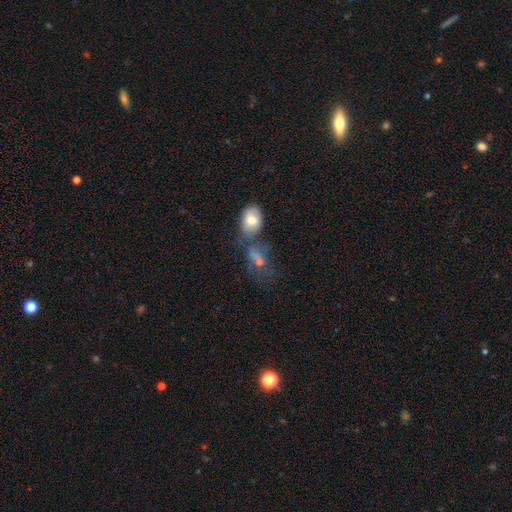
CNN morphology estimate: smooth_or_featured: smooth (p=0.53) [alt: featured or disk p=0.30]
how_rounded: in between (p=0.70) [alt: round p=0.26]
merging: merger (p=0.49) [alt: none p=0.29]